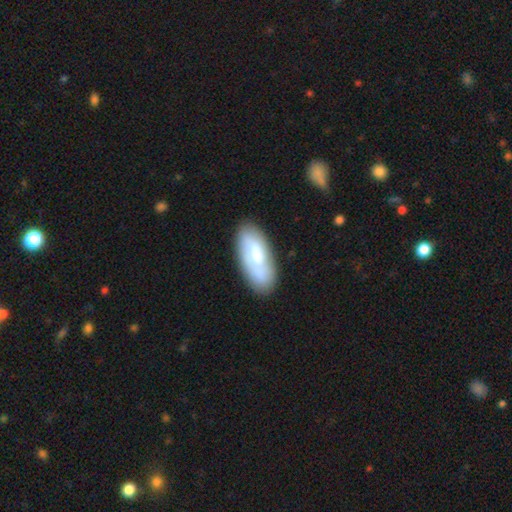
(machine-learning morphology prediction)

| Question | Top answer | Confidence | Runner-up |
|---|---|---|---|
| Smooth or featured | smooth | 63% | featured or disk (31%) |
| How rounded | in between | 84% | cigar-shaped (14%) |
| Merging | none | 75% | minor disturbance (16%) |